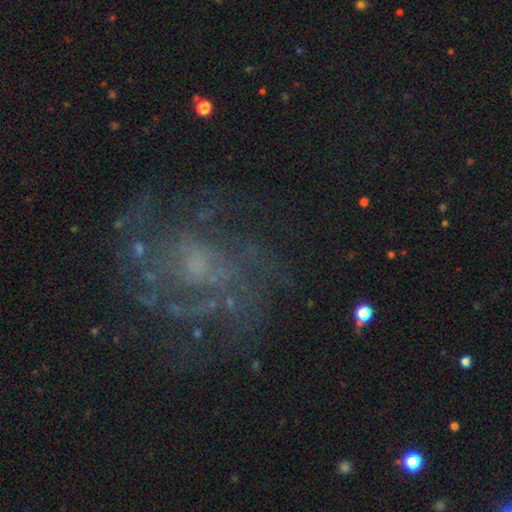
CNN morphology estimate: The model was most divided on "bulge size": small: 43%, moderate: 29%, none: 24%, large: 4%, dominant: 1%. More confident: edge-on disk — no (98%); smooth or featured — featured or disk (72%); bar — no (71%); spiral arms — yes (71%); merging — none (63%).